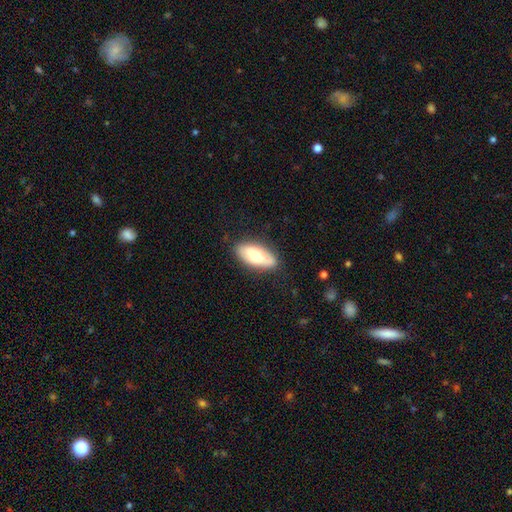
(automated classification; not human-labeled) smooth 69%, featured or disk 25%, star or artifact 6%. Down the decision tree: how rounded — in between (87%); merging — none (76%).